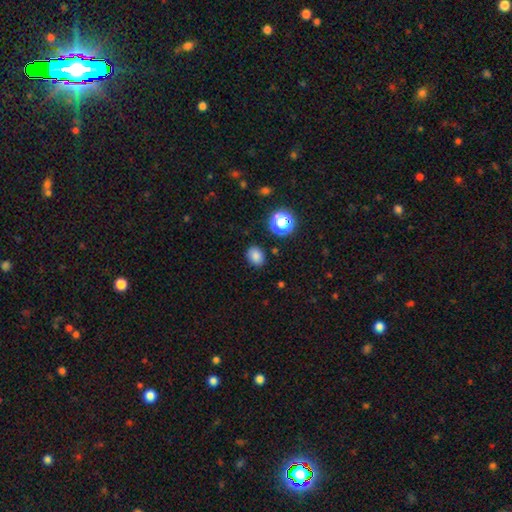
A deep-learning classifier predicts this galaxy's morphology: Q: Smooth or featured?
A: smooth (81%); runner-up: star or artifact (14%)
Q: How rounded?
A: in between (55%); runner-up: round (44%)
Q: Merging?
A: none (86%); runner-up: minor disturbance (9%)